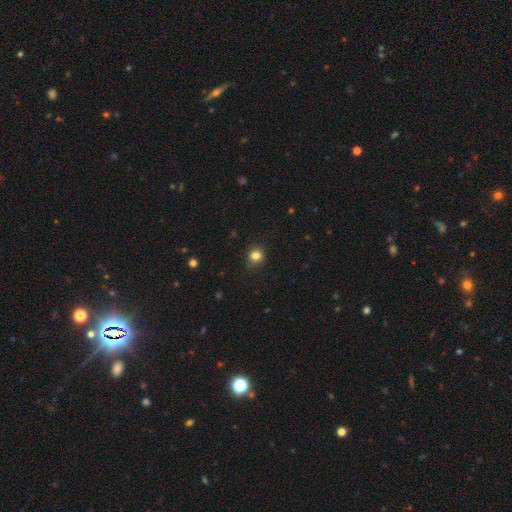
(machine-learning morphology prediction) A smooth galaxy with no disk features (83%) that is round (83%).

Vote fractions:
- Smooth or featured? smooth: 83% / star or artifact: 13% / featured or disk: 5%
- How rounded? round: 83% / in between: 16% / cigar-shaped: 1%
- Merging? none: 86% / minor disturbance: 10% / major disturbance: 2% / merger: 1%